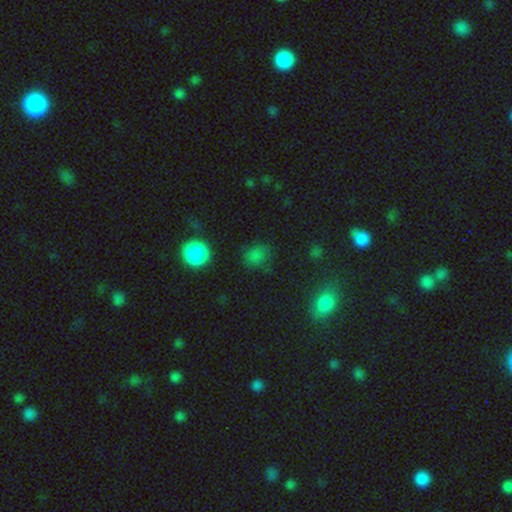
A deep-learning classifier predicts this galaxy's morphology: Smooth or featured?
  - smooth: 72% *
  - star or artifact: 22%
  - featured or disk: 6%
How rounded?
  - round: 69% *
  - in between: 30%
  - cigar-shaped: 2%
Merging?
  - none: 74% *
  - minor disturbance: 16%
  - major disturbance: 7%
  - merger: 3%